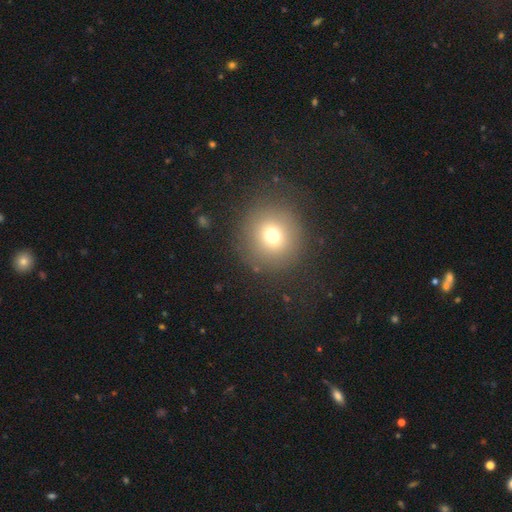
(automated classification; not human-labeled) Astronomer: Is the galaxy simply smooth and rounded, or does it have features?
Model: smooth — 68%.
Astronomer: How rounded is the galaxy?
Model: round — 91%.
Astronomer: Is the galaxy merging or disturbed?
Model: none — 87%.